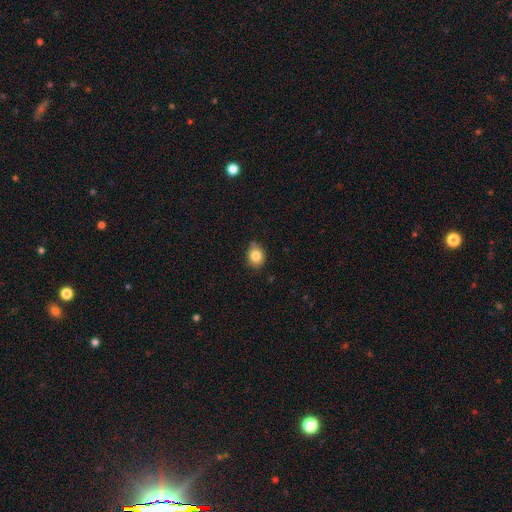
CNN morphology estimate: The model was most divided on "how rounded": round: 57%, in between: 42%, cigar-shaped: 1%. More confident: smooth or featured — smooth (83%); merging — none (76%).